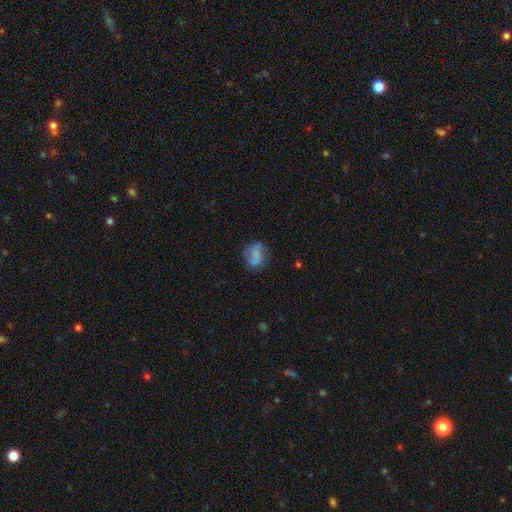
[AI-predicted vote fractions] Smooth or featured?
  - featured or disk: 55% *
  - smooth: 36%
  - star or artifact: 9%
Edge-on disk?
  - no: 97% *
  - yes: 3%
Bar?
  - no: 42% *
  - weak: 38%
  - strong: 20%
Spiral arms?
  - yes: 84% *
  - no: 16%
Bulge size?
  - none: 56% *
  - small: 26%
  - moderate: 12%
  - large: 3%
  - dominant: 1%
Merging?
  - none: 66% *
  - minor disturbance: 20%
  - major disturbance: 11%
  - merger: 3%